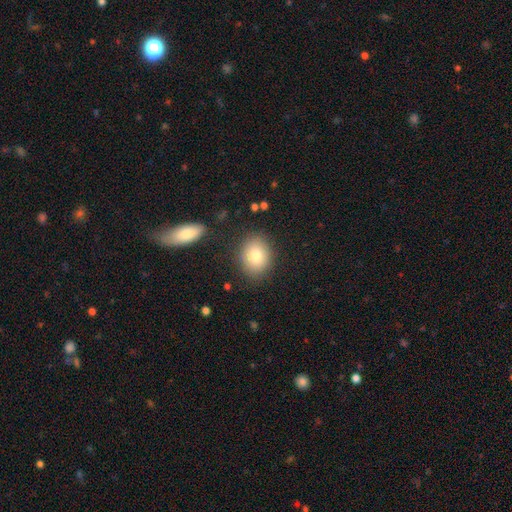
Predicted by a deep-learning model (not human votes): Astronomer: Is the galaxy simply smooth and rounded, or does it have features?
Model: smooth — 81%.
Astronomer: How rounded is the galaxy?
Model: round — 52% (runner-up: in between, 47%).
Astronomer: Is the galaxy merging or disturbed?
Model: none — 83%.